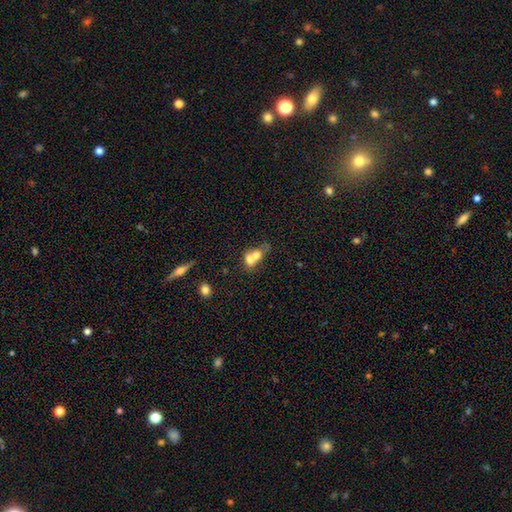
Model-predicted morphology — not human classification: smooth-or-featured: smooth: 66% | featured or disk: 23% | star or artifact: 10%
  how-rounded: round: 54% | in between: 44% | cigar-shaped: 2%
  merging: merger: 73% | none: 18% | minor disturbance: 6% | major disturbance: 4%